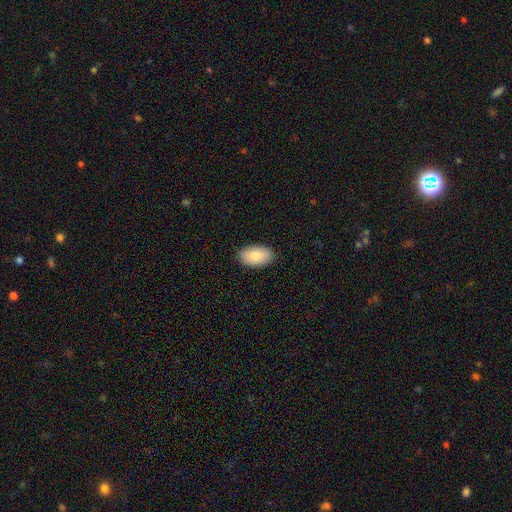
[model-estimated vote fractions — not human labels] A smooth galaxy with no disk features (83%) that is in between round and cigar-shaped (95%). Merging: none (89%).